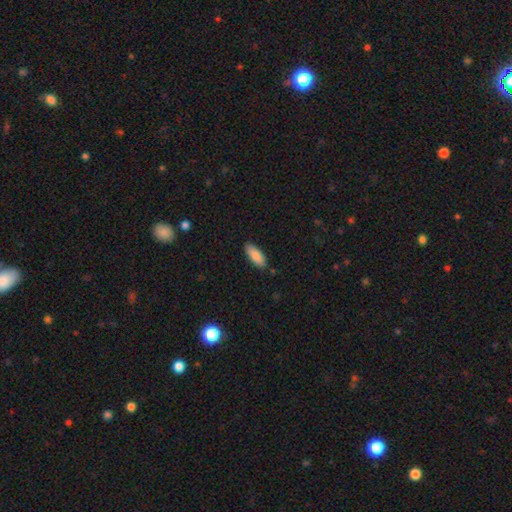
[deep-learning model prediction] Overall: smooth (88%). How rounded: in between (78%). Merging: none (86%).